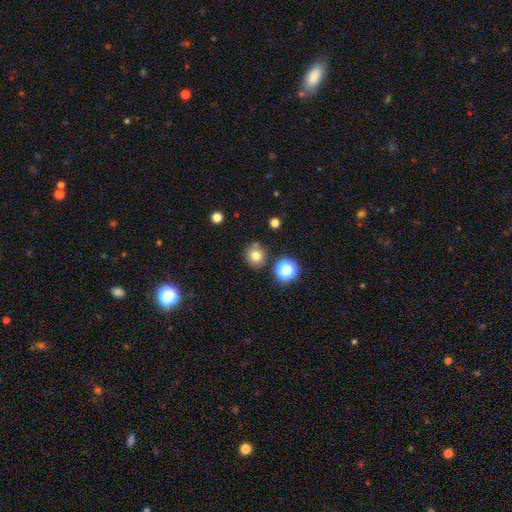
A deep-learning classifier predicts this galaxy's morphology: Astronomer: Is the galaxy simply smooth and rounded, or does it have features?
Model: smooth — 76%.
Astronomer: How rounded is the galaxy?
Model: round — 88%.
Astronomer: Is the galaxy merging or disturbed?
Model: none — 80%.